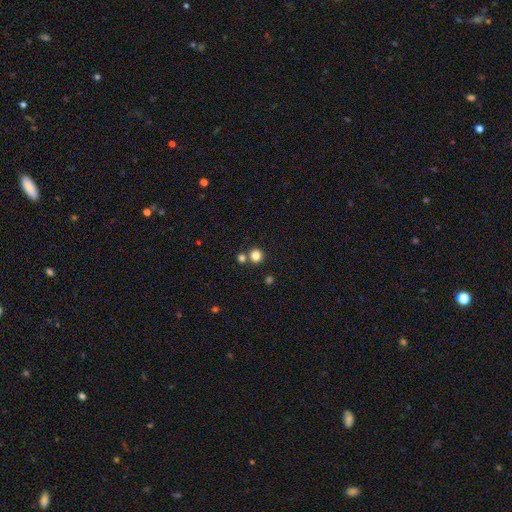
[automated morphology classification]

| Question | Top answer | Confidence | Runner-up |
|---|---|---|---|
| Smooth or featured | smooth | 82% | star or artifact (13%) |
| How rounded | round | 94% | in between (5%) |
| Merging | none | 75% | merger (17%) |